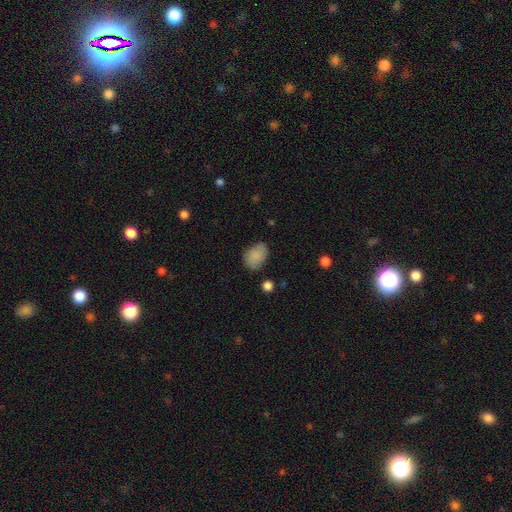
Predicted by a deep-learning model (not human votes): Smooth or featured? smooth (85%)
How rounded? in between (78%)
Merging? none (69%)